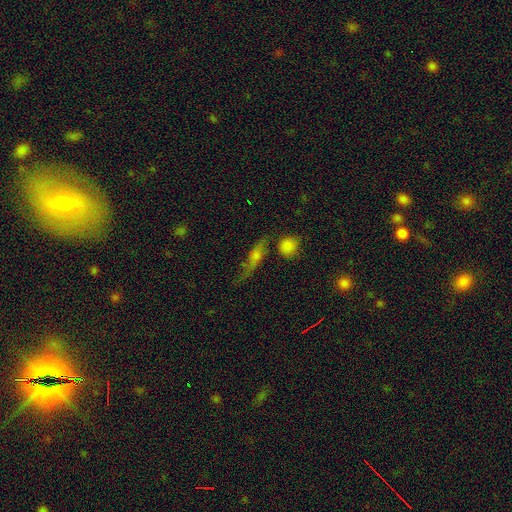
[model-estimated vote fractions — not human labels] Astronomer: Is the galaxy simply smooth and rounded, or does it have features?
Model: featured or disk — 46% (runner-up: smooth, 37%).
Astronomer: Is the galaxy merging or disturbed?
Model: none — 58%.